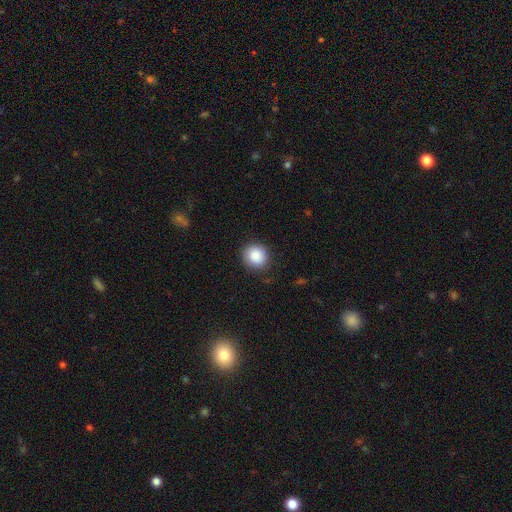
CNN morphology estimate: smooth 86%, star or artifact 8%, featured or disk 6%. Down the decision tree: how rounded — round (86%); merging — none (84%).